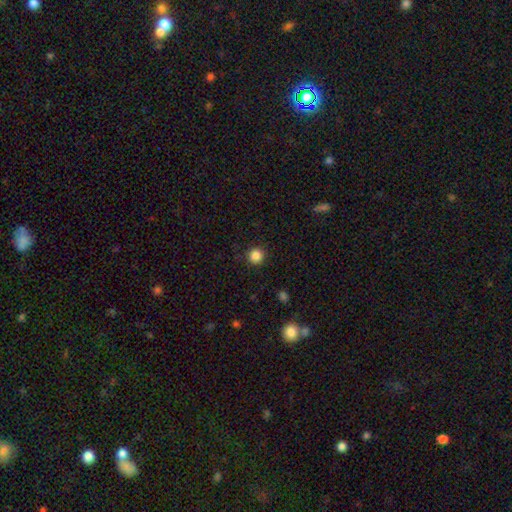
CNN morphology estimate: Smooth or featured? smooth (86%)
How rounded? round (95%)
Merging? none (92%)